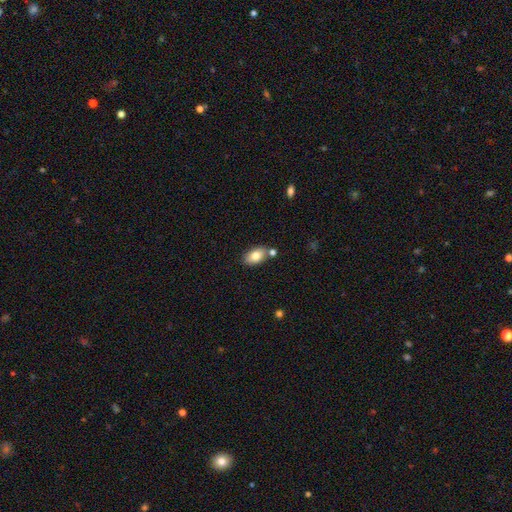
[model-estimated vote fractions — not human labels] smooth_or_featured: smooth (p=0.80) [alt: featured or disk p=0.12]
how_rounded: in between (p=0.91) [alt: round p=0.07]
merging: none (p=0.71) [alt: merger p=0.13]